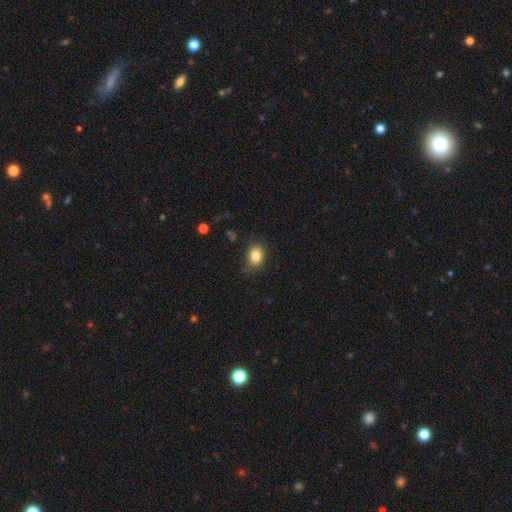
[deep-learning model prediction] A smooth galaxy with no disk features (83%) that is in between round and cigar-shaped (69%). Merging: none (76%).